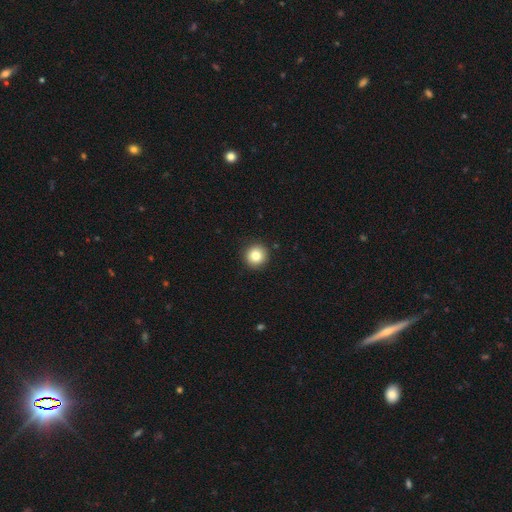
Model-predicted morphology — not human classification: This is clearly a smooth galaxy (83%). How rounded: clearly round (95%). Merging: clearly none (92%).